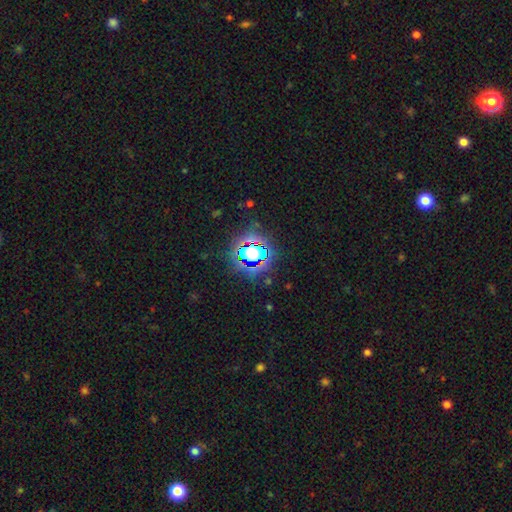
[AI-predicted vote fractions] Overall: star or artifact (74%).